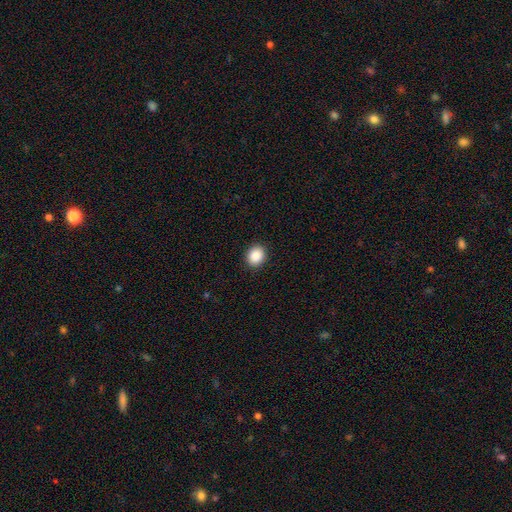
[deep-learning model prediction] Overall: smooth (89%). How rounded: round (70%). Merging: none (91%).